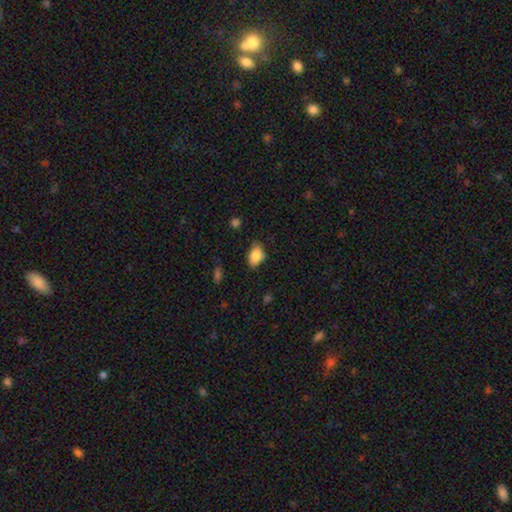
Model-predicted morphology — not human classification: type=smooth (84%); roundness=in between (83%); merging=none (65%).